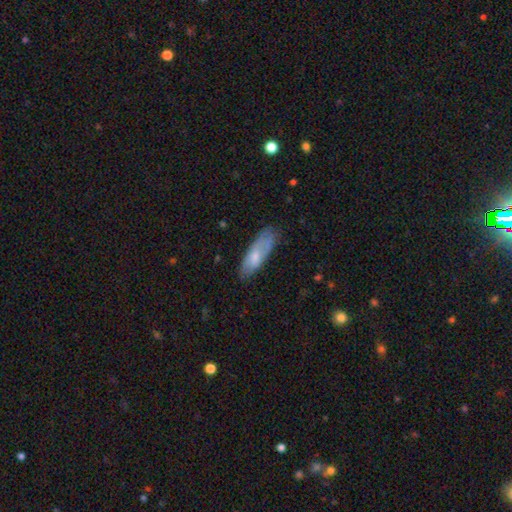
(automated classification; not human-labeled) A smooth galaxy with no disk features (64%) that is in between round and cigar-shaped (61%). Merging: none (69%).